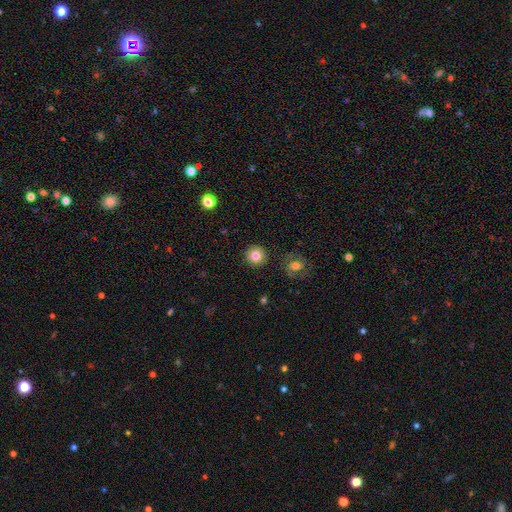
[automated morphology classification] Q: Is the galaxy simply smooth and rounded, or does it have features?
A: smooth — 82%.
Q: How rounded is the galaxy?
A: round — 94%.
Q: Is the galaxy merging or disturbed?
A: none — 91%.